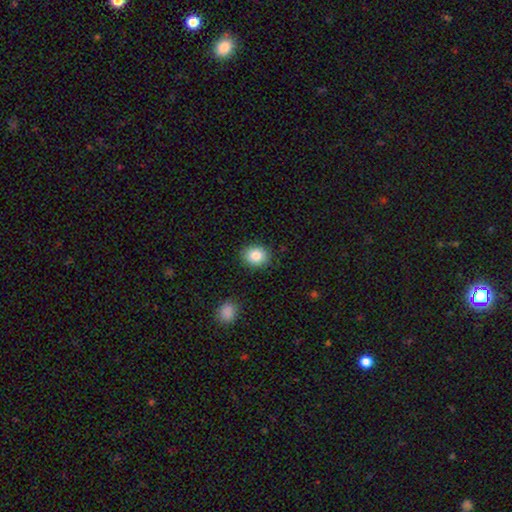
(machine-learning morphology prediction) Smooth or featured? Predicted: smooth (p=0.84). How rounded? Predicted: round (p=0.58). Merging? Predicted: none (p=0.87).